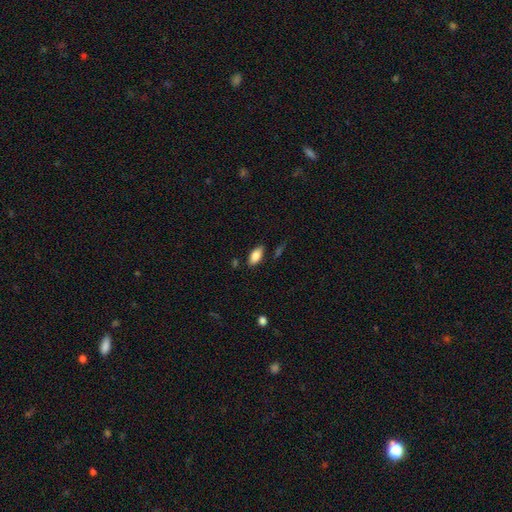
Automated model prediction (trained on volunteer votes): smooth-or-featured: smooth: 85% | featured or disk: 8% | star or artifact: 7%
  how-rounded: in between: 91% | cigar-shaped: 6% | round: 3%
  merging: none: 81% | minor disturbance: 14% | major disturbance: 3% | merger: 3%